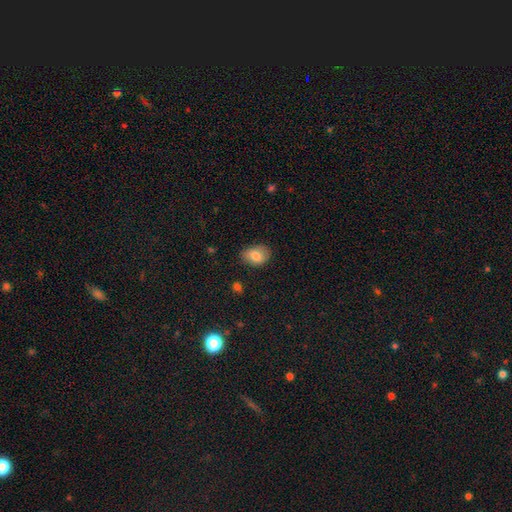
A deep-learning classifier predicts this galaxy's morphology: smooth-or-featured: smooth: 81% | featured or disk: 10% | star or artifact: 8%
  how-rounded: in between: 74% | round: 24% | cigar-shaped: 1%
  merging: none: 77% | minor disturbance: 18% | major disturbance: 3% | merger: 1%